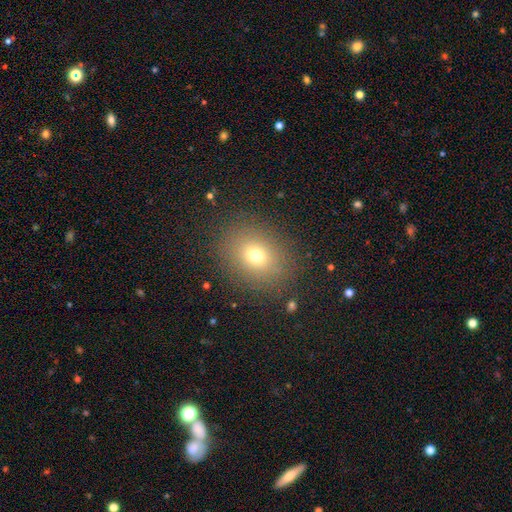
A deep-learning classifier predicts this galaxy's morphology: Smooth or featured?
  - smooth: 71% *
  - star or artifact: 17%
  - featured or disk: 13%
How rounded?
  - in between: 50% *
  - round: 49%
  - cigar-shaped: 1%
Merging?
  - none: 86% *
  - minor disturbance: 9%
  - major disturbance: 4%
  - merger: 1%